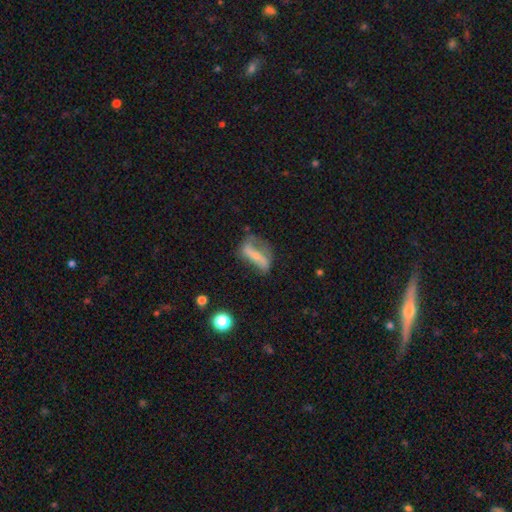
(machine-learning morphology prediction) Smooth or featured? Predicted: featured or disk (p=0.60). Edge-on disk? Predicted: no (p=0.82). Merging? Predicted: none (p=0.43).